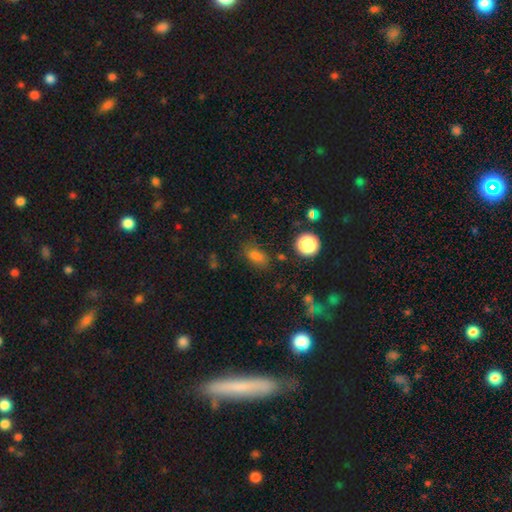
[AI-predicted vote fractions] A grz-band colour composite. It shows a smooth galaxy with no disk features (71%) that is in between round and cigar-shaped (76%). Merging: none (67%).